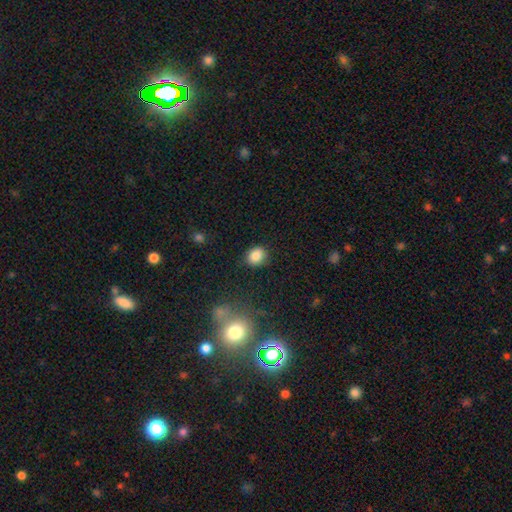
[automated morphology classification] The model was most divided on "how rounded": round: 62%, in between: 37%, cigar-shaped: 1%. More confident: merging — none (85%); smooth or featured — smooth (85%).